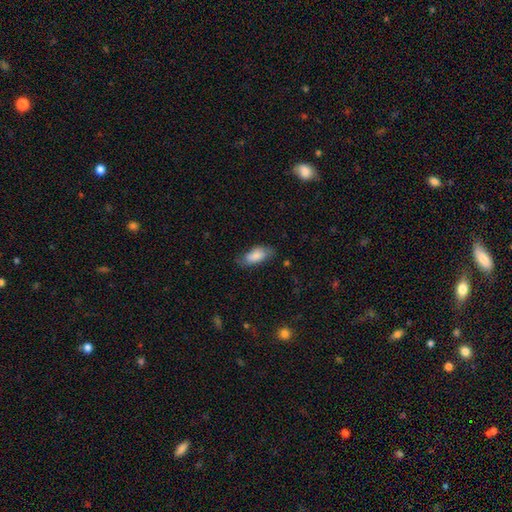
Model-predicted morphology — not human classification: A smooth galaxy with no disk features (79%) that is in between round and cigar-shaped (85%). Merging: none (65%).